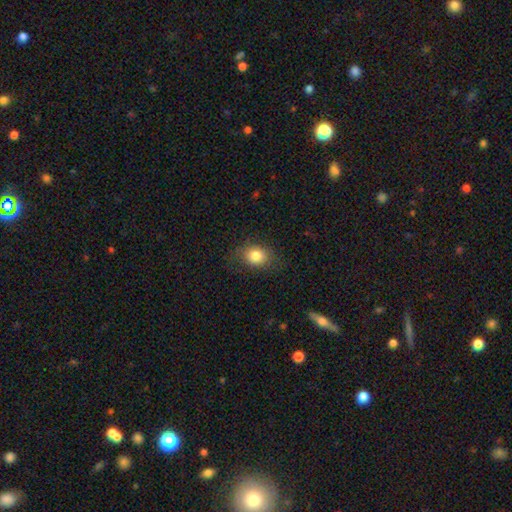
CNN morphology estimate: Smooth or featured?
  - smooth: 81% *
  - star or artifact: 10%
  - featured or disk: 10%
How rounded?
  - in between: 53% *
  - round: 46%
  - cigar-shaped: 1%
Merging?
  - none: 75% *
  - minor disturbance: 18%
  - major disturbance: 6%
  - merger: 1%